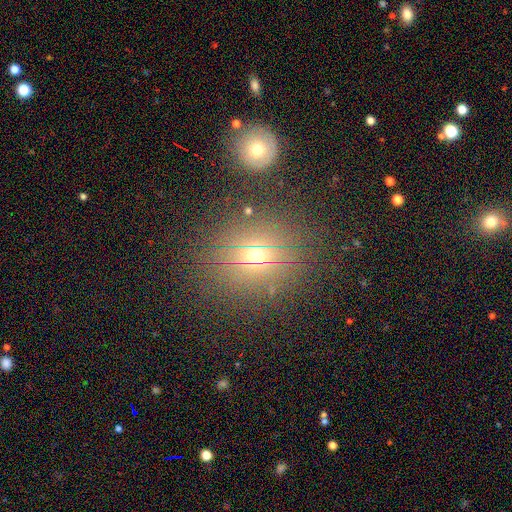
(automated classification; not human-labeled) The model was most divided on "smooth or featured": smooth: 57%, star or artifact: 24%, featured or disk: 19%. More confident: merging — none (81%); how rounded — round (77%).